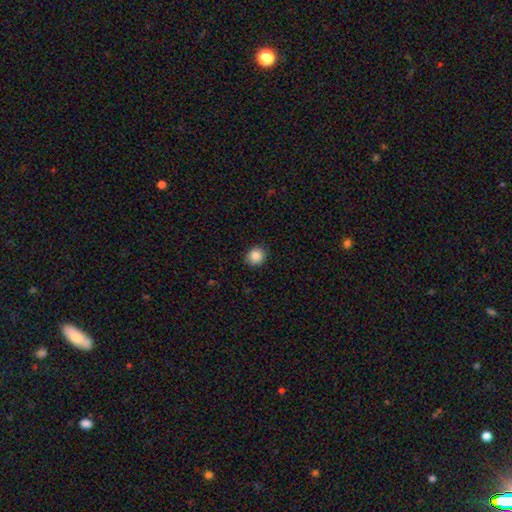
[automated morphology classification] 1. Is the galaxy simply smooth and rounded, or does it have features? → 87% smooth, 9% star or artifact, 3% featured or disk.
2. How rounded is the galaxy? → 80% round, 19% in between, 1% cigar-shaped.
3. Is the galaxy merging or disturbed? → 88% none, 9% minor disturbance, 2% major disturbance, 1% merger.